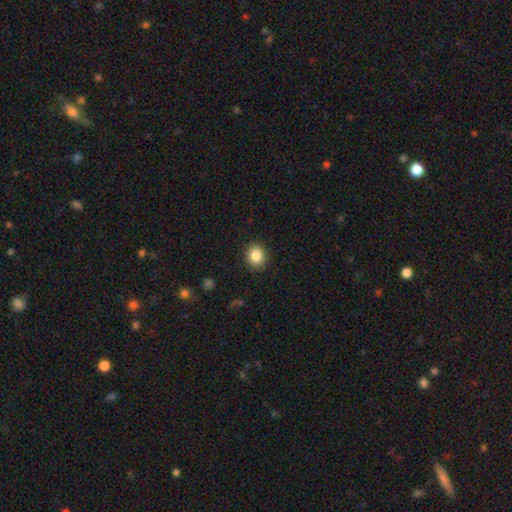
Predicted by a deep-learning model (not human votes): The model was most divided on "how rounded": round: 70%, in between: 29%, cigar-shaped: 1%. More confident: merging — none (89%); smooth or featured — smooth (85%).